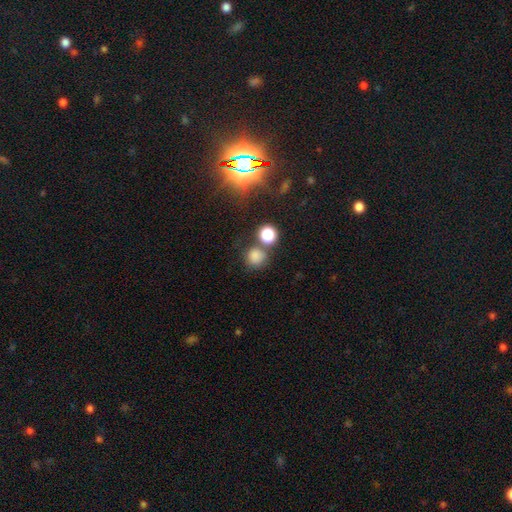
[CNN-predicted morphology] A smooth galaxy with no disk features (77%) that is round (88%).

Vote fractions:
- Smooth or featured? smooth: 77% / star or artifact: 17% / featured or disk: 6%
- How rounded? round: 88% / in between: 11% / cigar-shaped: 1%
- Merging? none: 64% / merger: 18% / minor disturbance: 12% / major disturbance: 6%